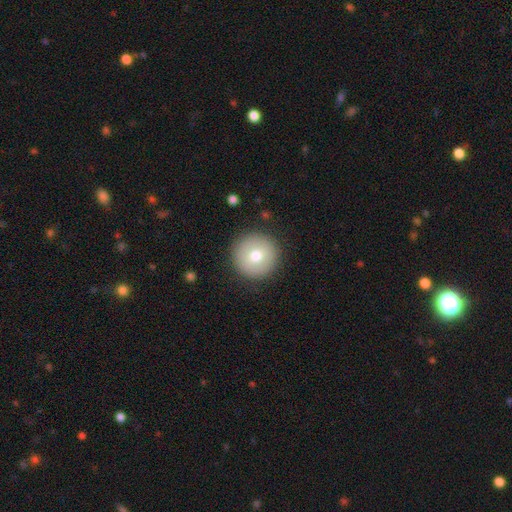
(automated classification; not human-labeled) Overall: smooth (73%). How rounded: round (96%). Merging: none (91%).